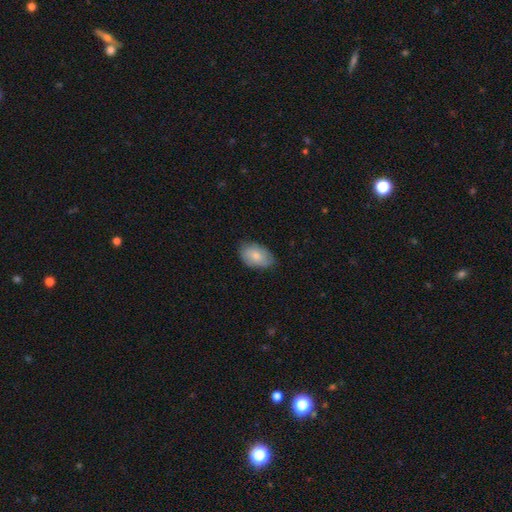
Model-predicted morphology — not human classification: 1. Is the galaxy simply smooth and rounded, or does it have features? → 71% smooth, 23% featured or disk, 6% star or artifact.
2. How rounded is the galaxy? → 89% in between, 9% round, 1% cigar-shaped.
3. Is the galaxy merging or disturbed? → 75% none, 20% minor disturbance, 4% major disturbance, 1% merger.